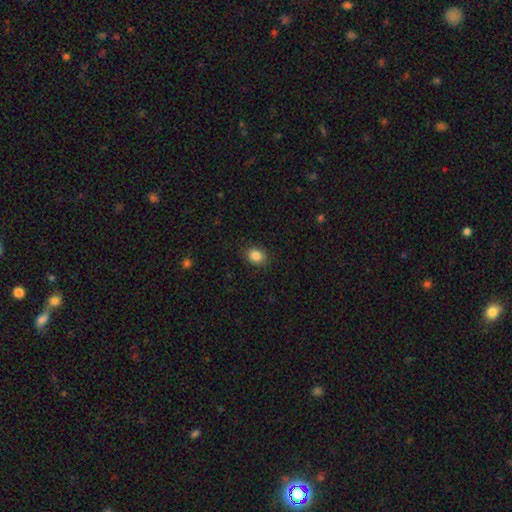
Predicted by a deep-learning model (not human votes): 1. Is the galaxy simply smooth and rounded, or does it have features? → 87% smooth, 9% star or artifact, 4% featured or disk.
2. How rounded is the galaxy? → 54% in between, 45% round, 1% cigar-shaped.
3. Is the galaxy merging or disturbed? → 88% none, 9% minor disturbance, 2% major disturbance, 1% merger.